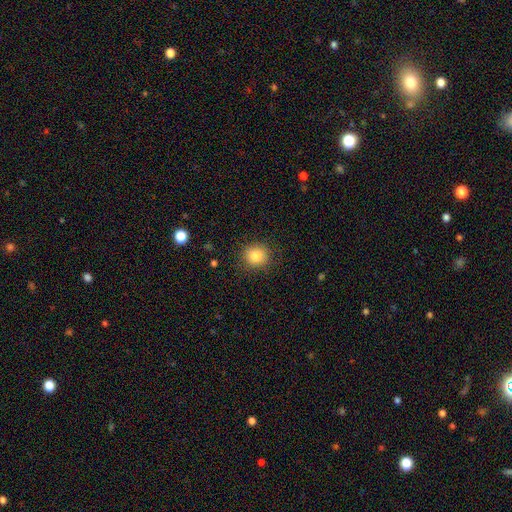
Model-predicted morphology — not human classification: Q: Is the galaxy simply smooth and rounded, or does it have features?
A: smooth — 82%.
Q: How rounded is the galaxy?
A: round — 86%.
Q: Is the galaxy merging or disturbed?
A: none — 87%.